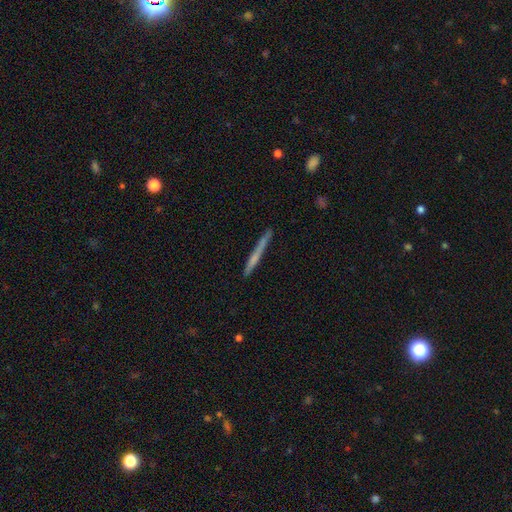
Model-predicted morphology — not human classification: smooth_or_featured: smooth (p=0.49) [alt: featured or disk p=0.44]
merging: none (p=0.87) [alt: minor disturbance p=0.10]